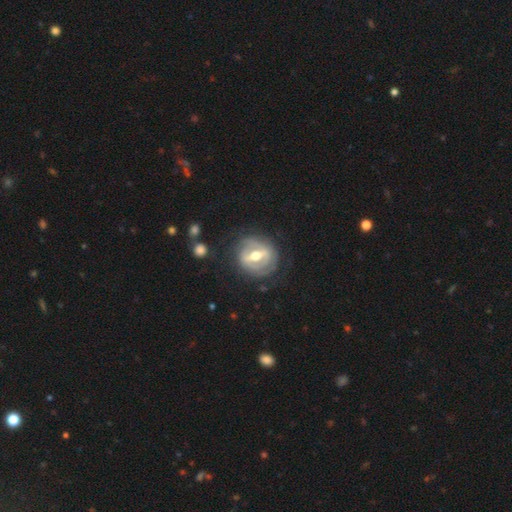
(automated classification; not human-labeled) This is likely a featured or disk galaxy (79%). It is clearly not viewed edge-on (91%). Bar: likely strong (65%). Spiral arm pattern: possibly yes (53%). Central bulge: likely moderate (77%). Merging: likely none (75%).